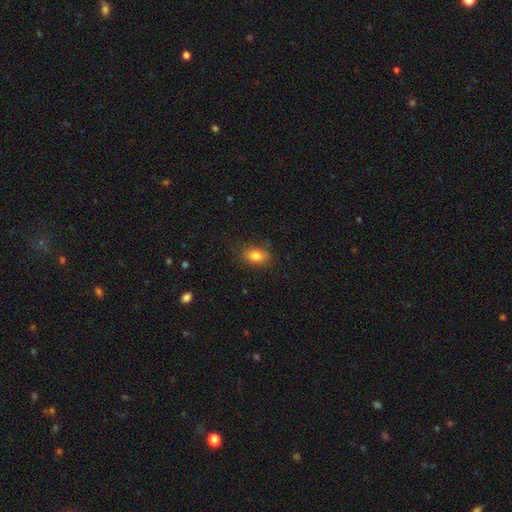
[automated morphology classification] Smooth or featured?
  - smooth: 83% *
  - star or artifact: 10%
  - featured or disk: 8%
How rounded?
  - in between: 77% *
  - round: 20%
  - cigar-shaped: 2%
Merging?
  - none: 83% *
  - minor disturbance: 13%
  - major disturbance: 3%
  - merger: 1%